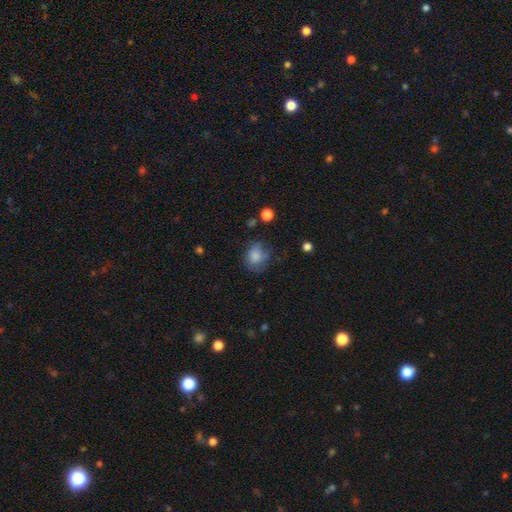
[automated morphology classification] Smooth or featured? Predicted: smooth (p=0.78). How rounded? Predicted: round (p=0.61). Merging? Predicted: none (p=0.55).